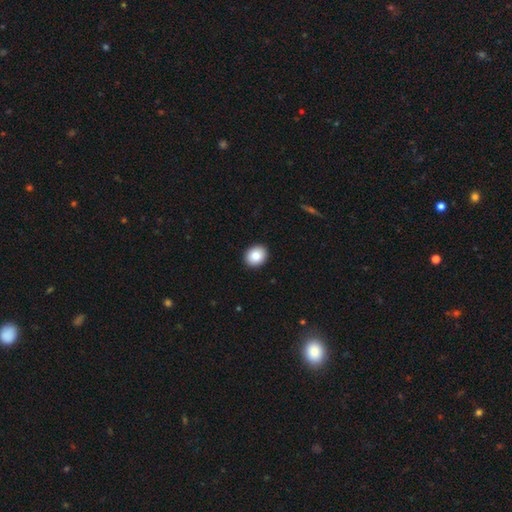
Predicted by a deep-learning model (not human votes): The model was most divided on "how rounded": round: 57%, in between: 42%, cigar-shaped: 1%. More confident: merging — none (92%); smooth or featured — smooth (84%).